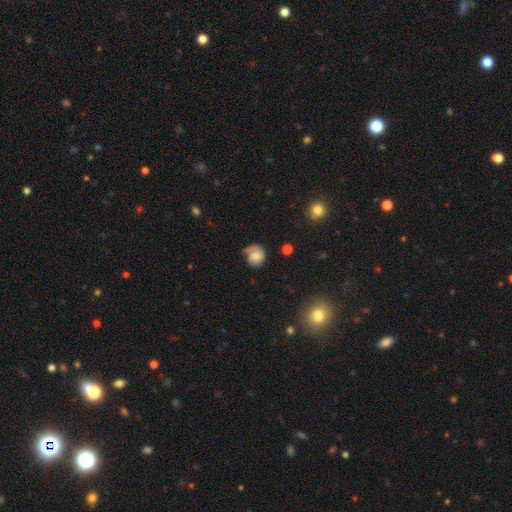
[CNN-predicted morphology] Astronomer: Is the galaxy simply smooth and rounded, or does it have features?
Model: smooth — 60%.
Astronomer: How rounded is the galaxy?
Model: round — 72%.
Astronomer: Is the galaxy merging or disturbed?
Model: none — 46% (runner-up: minor disturbance, 32%).